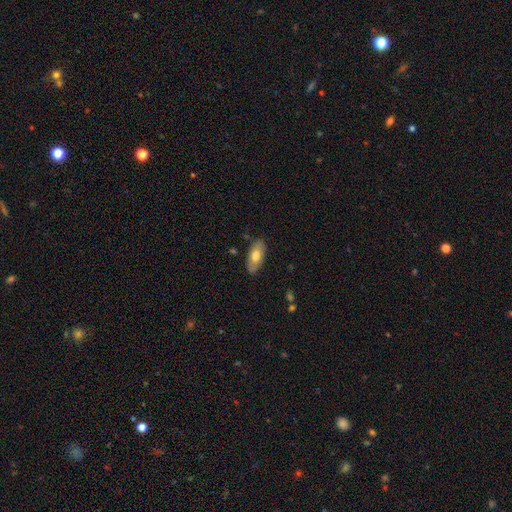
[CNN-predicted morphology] smooth_or_featured: smooth (p=0.69) [alt: featured or disk p=0.25]
how_rounded: in between (p=0.89) [alt: cigar-shaped p=0.09]
merging: none (p=0.84) [alt: minor disturbance p=0.12]